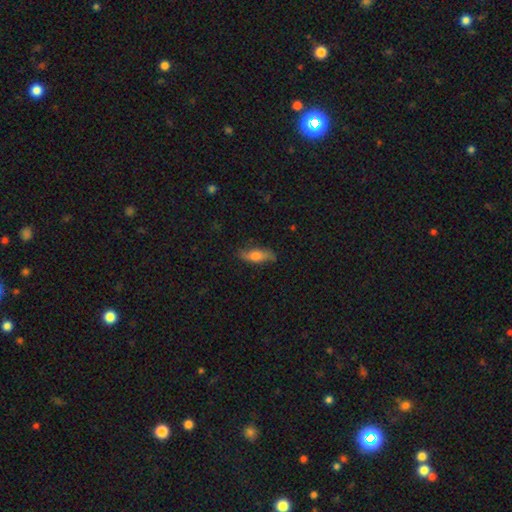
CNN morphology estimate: A smooth galaxy with no disk features (59%) that is in between round and cigar-shaped (50%). Merging: none (77%).